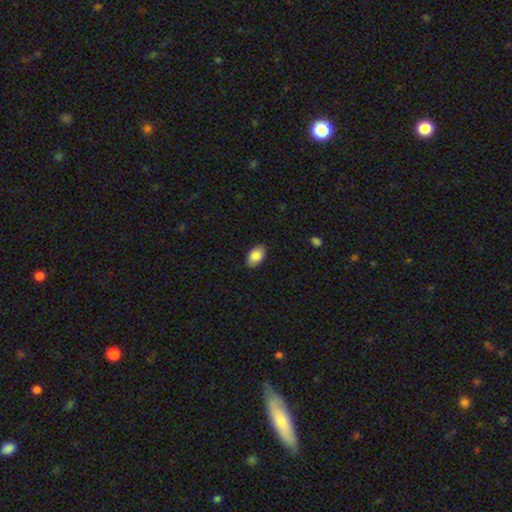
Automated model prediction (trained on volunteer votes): Smooth or featured?
  - smooth: 87% *
  - star or artifact: 7%
  - featured or disk: 7%
How rounded?
  - in between: 92% *
  - round: 7%
  - cigar-shaped: 1%
Merging?
  - none: 86% *
  - minor disturbance: 11%
  - major disturbance: 2%
  - merger: 1%